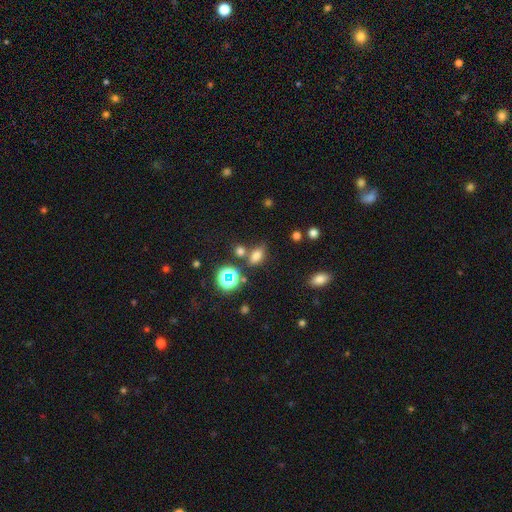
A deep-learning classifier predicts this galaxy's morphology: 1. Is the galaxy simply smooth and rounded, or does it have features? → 69% smooth, 22% star or artifact, 8% featured or disk.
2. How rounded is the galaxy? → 81% in between, 15% round, 4% cigar-shaped.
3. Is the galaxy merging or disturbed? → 66% none, 15% merger, 14% minor disturbance, 5% major disturbance.